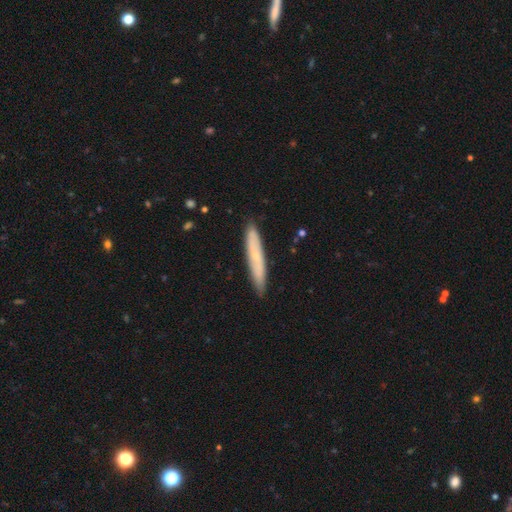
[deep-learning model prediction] This appears to be a smooth galaxy with no disk features (57%) that is cigar-shaped (93%). Merging: none (88%).